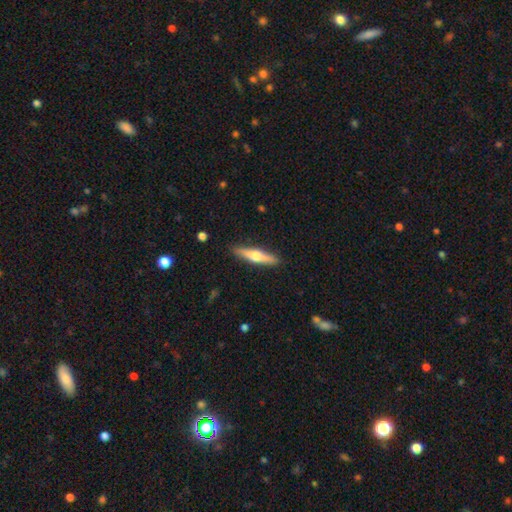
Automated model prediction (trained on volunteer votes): featured or disk 52%, smooth 43%, star or artifact 5%. Down the decision tree: edge-on disk — yes (96%); merging — none (90%).